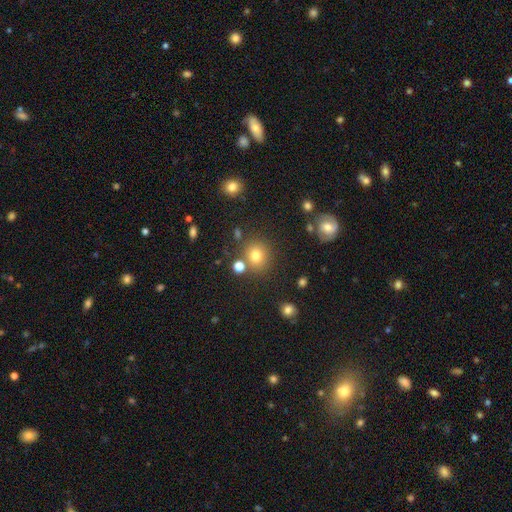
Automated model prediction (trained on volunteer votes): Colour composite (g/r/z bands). It shows a smooth galaxy with no disk features (76%) that is round (86%). Merging: none (80%).